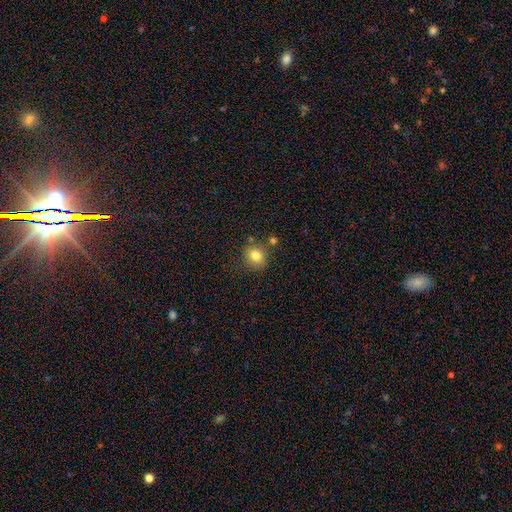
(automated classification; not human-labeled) The model was most divided on "how rounded": round: 80%, in between: 19%, cigar-shaped: 1%. More confident: smooth or featured — smooth (81%); merging — none (76%).